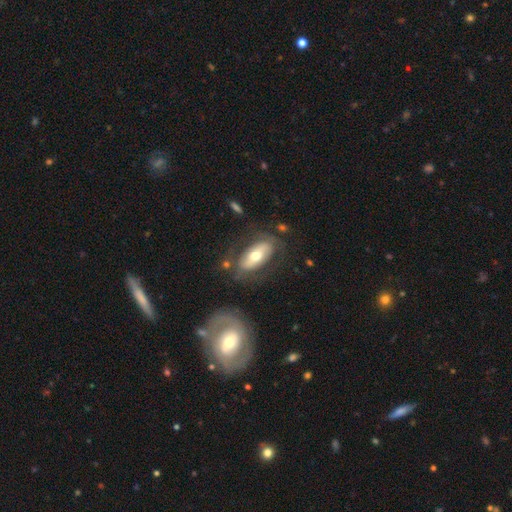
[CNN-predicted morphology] This appears to be a featured or disk galaxy (50%). Merging: none (67%).